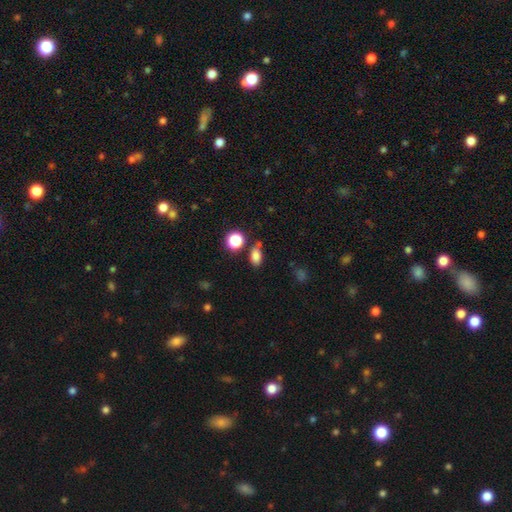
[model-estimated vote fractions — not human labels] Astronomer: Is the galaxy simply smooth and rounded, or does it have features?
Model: smooth — 81%.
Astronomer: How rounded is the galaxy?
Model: in between — 80%.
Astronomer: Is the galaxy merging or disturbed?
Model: none — 72%.